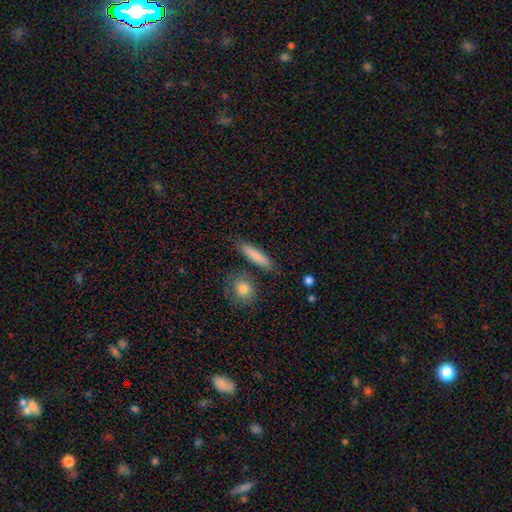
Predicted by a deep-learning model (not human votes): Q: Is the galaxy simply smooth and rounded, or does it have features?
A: smooth — 81%.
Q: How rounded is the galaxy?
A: cigar-shaped — 79%.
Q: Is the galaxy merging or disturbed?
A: none — 84%.